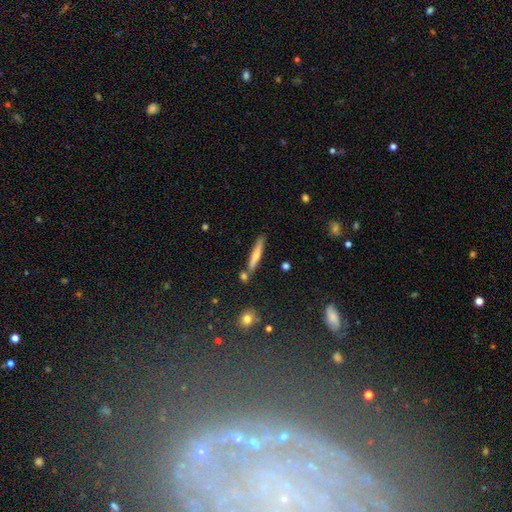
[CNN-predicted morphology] Smooth or featured? Predicted: smooth (p=0.60). How rounded? Predicted: cigar-shaped (p=0.92). Merging? Predicted: none (p=0.78).